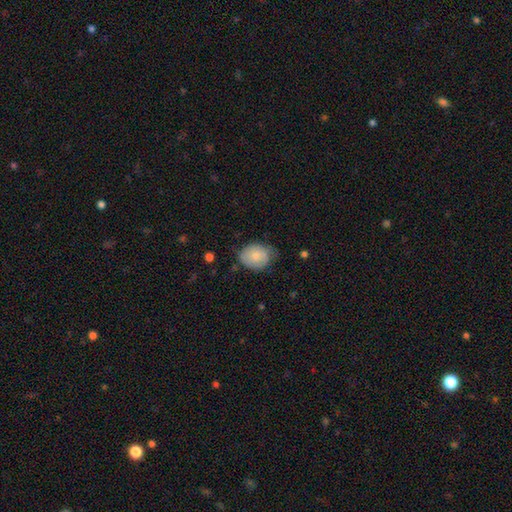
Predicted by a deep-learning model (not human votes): This is clearly a smooth galaxy (81%). How rounded: possibly in between (56%). Merging: possibly none (59%).